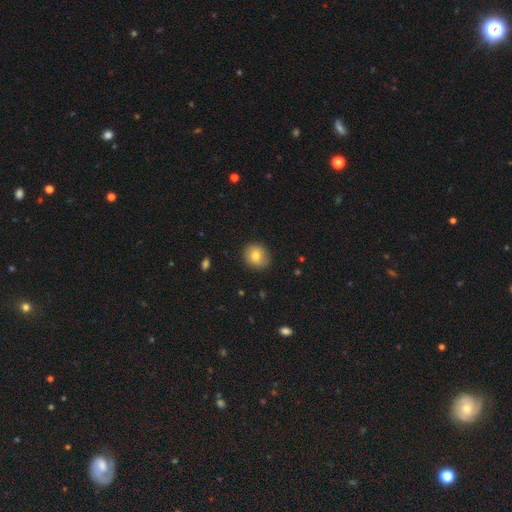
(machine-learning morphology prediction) smooth_or_featured: smooth (p=0.78) [alt: featured or disk p=0.13]
how_rounded: round (p=0.81) [alt: in between p=0.18]
merging: none (p=0.87) [alt: minor disturbance p=0.09]